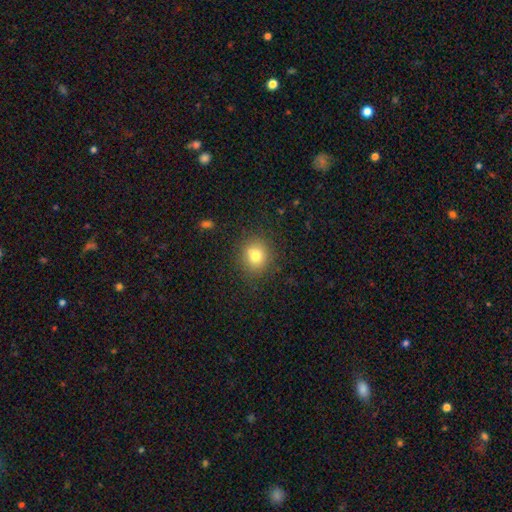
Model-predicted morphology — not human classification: Q: Smooth or featured?
A: smooth (74%); runner-up: star or artifact (13%)
Q: How rounded?
A: round (81%); runner-up: in between (18%)
Q: Merging?
A: none (71%); runner-up: merger (13%)